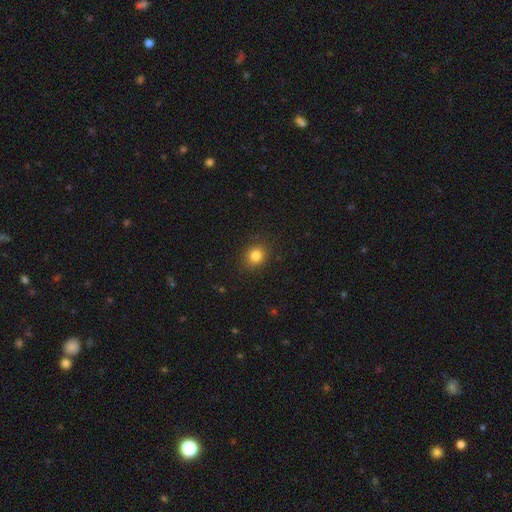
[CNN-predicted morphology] Smooth or featured?
  - smooth: 82% *
  - star or artifact: 12%
  - featured or disk: 6%
How rounded?
  - round: 74% *
  - in between: 25%
  - cigar-shaped: 1%
Merging?
  - none: 88% *
  - minor disturbance: 9%
  - major disturbance: 3%
  - merger: 1%